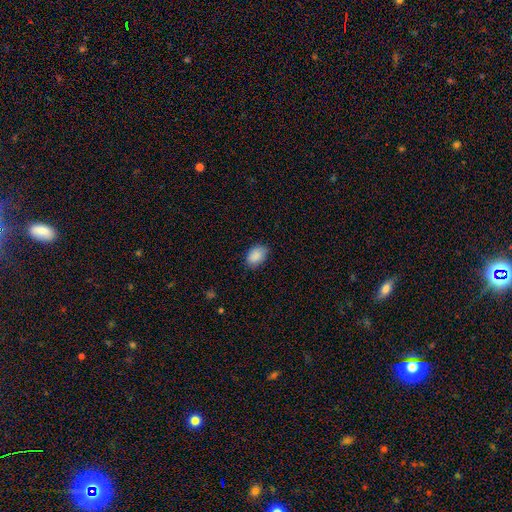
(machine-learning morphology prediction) Smooth or featured? Predicted: smooth (p=0.89). How rounded? Predicted: in between (p=0.87). Merging? Predicted: none (p=0.79).